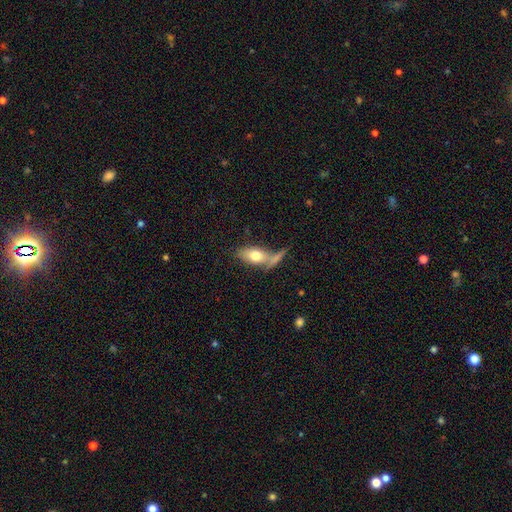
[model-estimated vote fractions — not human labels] This appears to be a smooth galaxy with no disk features (70%) that is in between round and cigar-shaped (86%). Merging: none (37%).